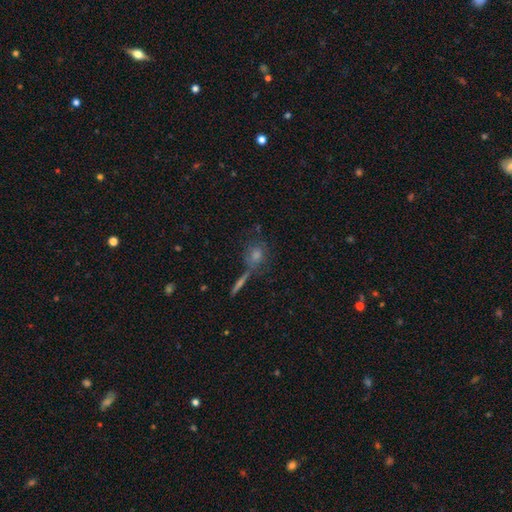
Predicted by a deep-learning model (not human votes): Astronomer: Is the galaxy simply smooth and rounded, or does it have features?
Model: smooth — 51%.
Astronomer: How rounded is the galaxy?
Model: round — 73%.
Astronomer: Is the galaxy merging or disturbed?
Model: none — 64%.